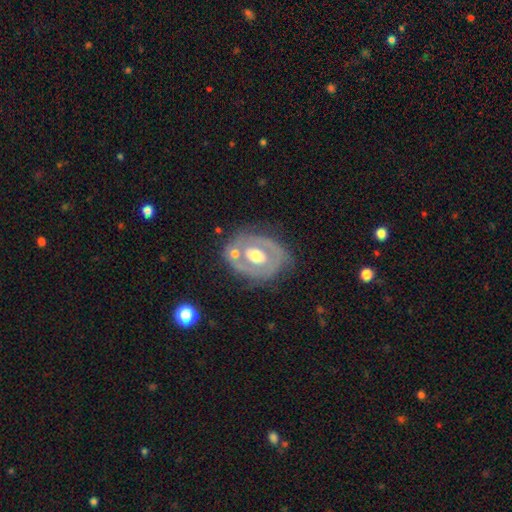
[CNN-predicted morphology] Overall: featured or disk (68%). Edge-on disk: no (94%). Bar: no (66%). Spiral arms: no (70%). Bulge size: moderate (68%). Merging: none (63%).